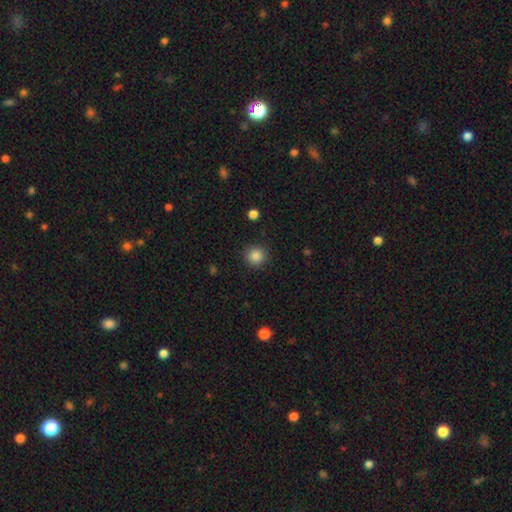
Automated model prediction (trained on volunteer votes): Smooth or featured? smooth (86%)
How rounded? round (94%)
Merging? none (91%)